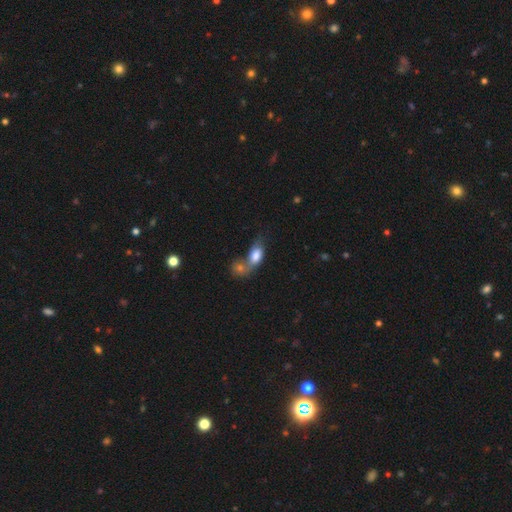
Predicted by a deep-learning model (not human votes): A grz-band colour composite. It shows a smooth galaxy with no disk features (75%) that is in between round and cigar-shaped (83%). Merging: merger (67%).